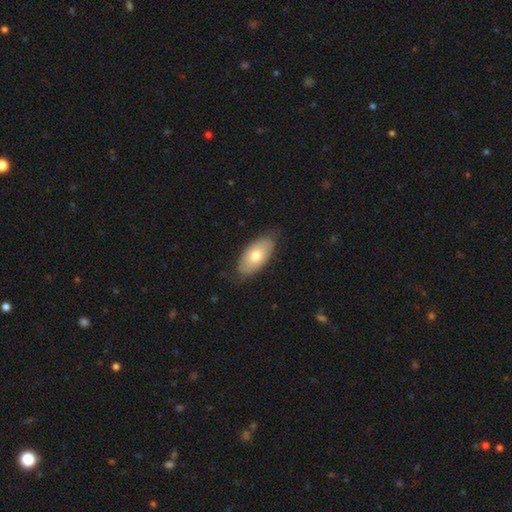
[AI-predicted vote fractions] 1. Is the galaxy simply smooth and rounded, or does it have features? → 70% smooth, 24% featured or disk, 6% star or artifact.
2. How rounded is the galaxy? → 93% in between, 4% cigar-shaped, 3% round.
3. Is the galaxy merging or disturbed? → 78% none, 18% minor disturbance, 3% major disturbance, 1% merger.